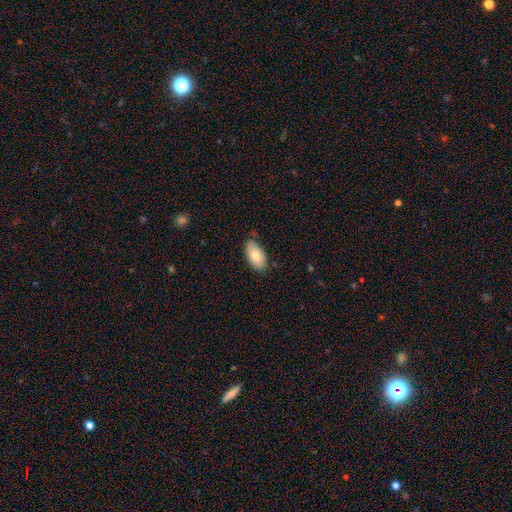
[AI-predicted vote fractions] A smooth galaxy with no disk features (80%) that is in between round and cigar-shaped (95%).

Vote fractions:
- Smooth or featured? smooth: 80% / featured or disk: 13% / star or artifact: 6%
- How rounded? in between: 95% / round: 3% / cigar-shaped: 2%
- Merging? none: 77% / minor disturbance: 19% / major disturbance: 3% / merger: 2%